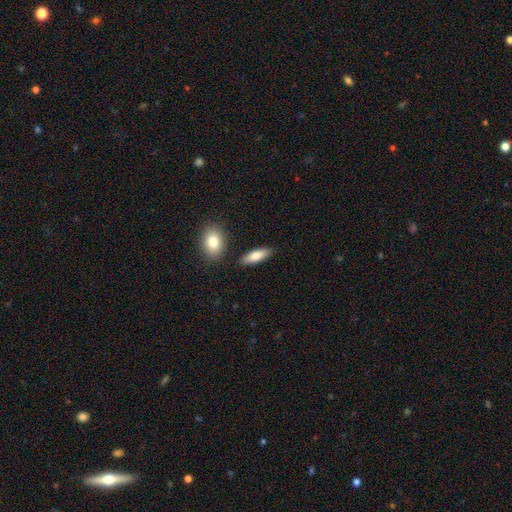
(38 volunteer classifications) Smooth or featured? smooth (79%)
How rounded? cigar-shaped (57%)
Merging? none (86%)